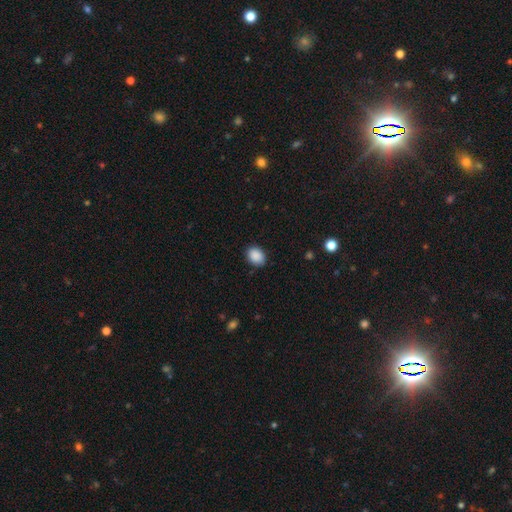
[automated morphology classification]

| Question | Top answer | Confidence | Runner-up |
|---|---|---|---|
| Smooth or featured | smooth | 89% | star or artifact (8%) |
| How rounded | in between | 67% | round (32%) |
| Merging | none | 86% | minor disturbance (11%) |